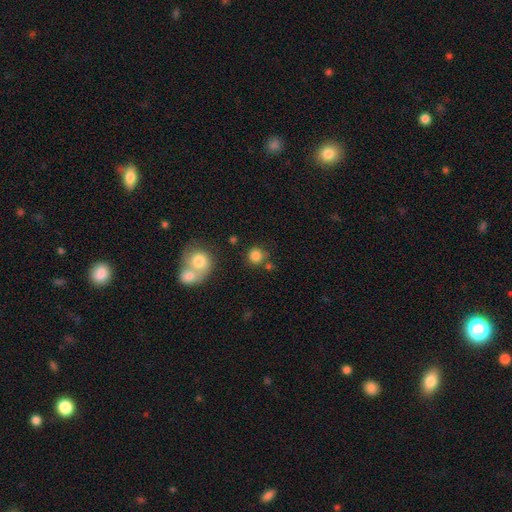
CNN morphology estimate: This appears to be a smooth galaxy with no disk features (82%) that is round (90%). Merging: none (69%).